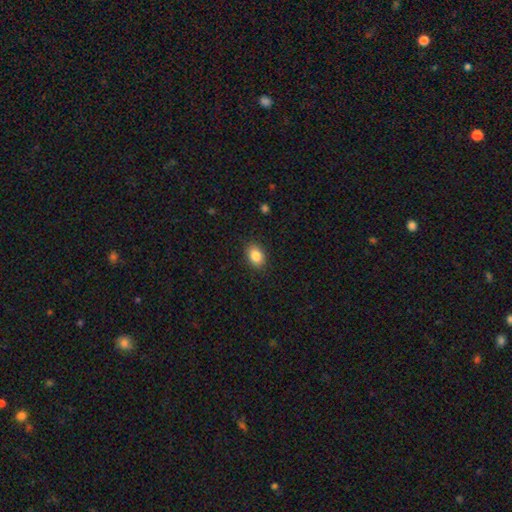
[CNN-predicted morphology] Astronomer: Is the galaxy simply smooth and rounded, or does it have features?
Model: smooth — 85%.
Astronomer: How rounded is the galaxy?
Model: in between — 75%.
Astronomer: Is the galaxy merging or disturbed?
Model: none — 88%.